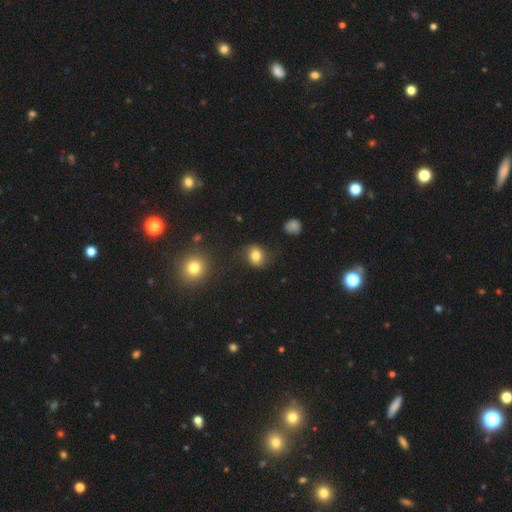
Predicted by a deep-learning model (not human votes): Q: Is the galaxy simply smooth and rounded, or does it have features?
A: smooth — 80%.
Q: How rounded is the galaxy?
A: round — 56%.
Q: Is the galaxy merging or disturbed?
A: none — 78%.